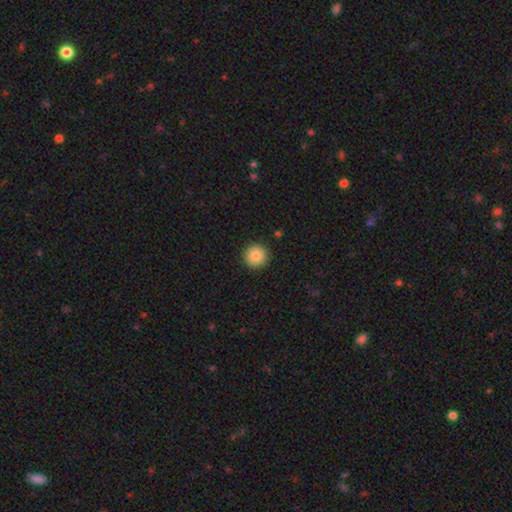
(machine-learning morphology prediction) Q: Smooth or featured?
A: smooth (85%); runner-up: star or artifact (9%)
Q: How rounded?
A: round (96%); runner-up: in between (3%)
Q: Merging?
A: none (92%); runner-up: minor disturbance (5%)